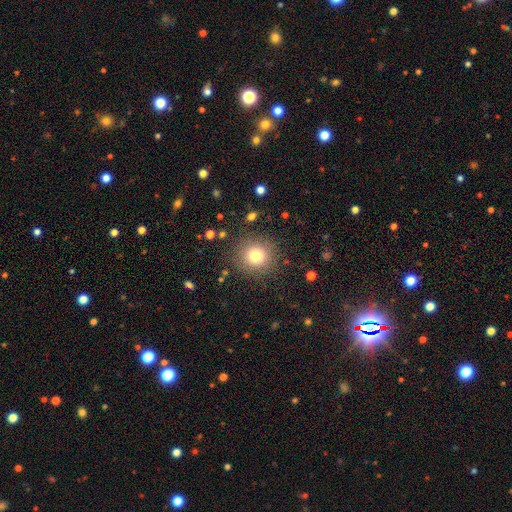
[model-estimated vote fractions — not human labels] A smooth galaxy with no disk features (78%) that is round (92%).

Vote fractions:
- Smooth or featured? smooth: 78% / star or artifact: 13% / featured or disk: 9%
- How rounded? round: 92% / in between: 7% / cigar-shaped: 1%
- Merging? none: 86% / minor disturbance: 8% / major disturbance: 4% / merger: 2%